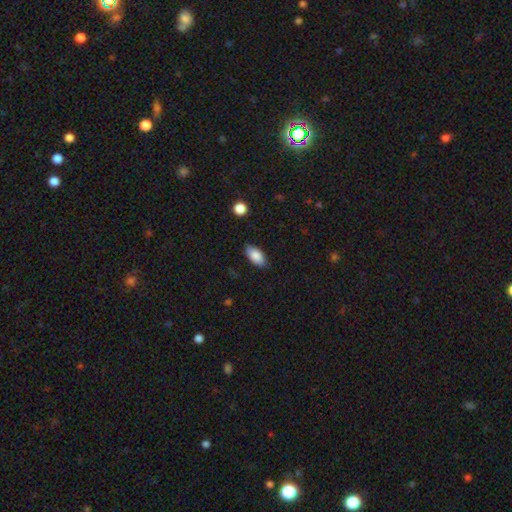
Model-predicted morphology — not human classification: Smooth or featured?
  - smooth: 86% *
  - star or artifact: 7%
  - featured or disk: 7%
How rounded?
  - in between: 93% *
  - cigar-shaped: 4%
  - round: 3%
Merging?
  - none: 84% *
  - minor disturbance: 12%
  - major disturbance: 3%
  - merger: 1%